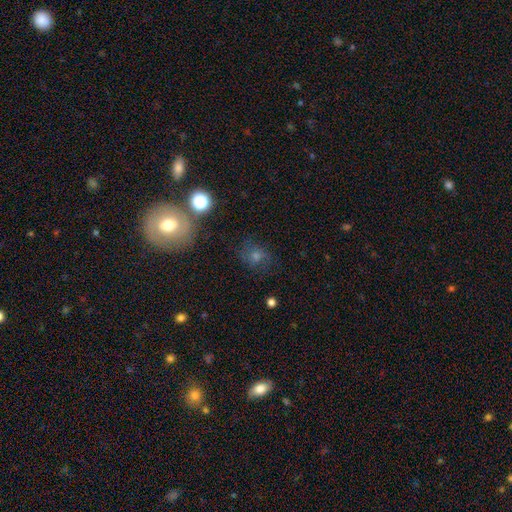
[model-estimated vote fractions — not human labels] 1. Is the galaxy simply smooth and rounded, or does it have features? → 51% smooth, 27% star or artifact, 21% featured or disk.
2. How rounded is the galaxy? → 74% round, 24% in between, 1% cigar-shaped.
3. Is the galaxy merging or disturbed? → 72% none, 15% minor disturbance, 8% major disturbance, 5% merger.